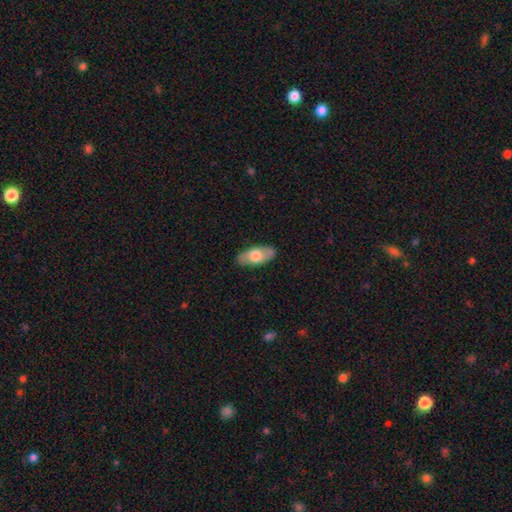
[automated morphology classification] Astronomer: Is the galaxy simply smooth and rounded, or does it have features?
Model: smooth — 60%.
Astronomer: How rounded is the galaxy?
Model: in between — 86%.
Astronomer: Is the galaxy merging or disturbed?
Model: none — 85%.